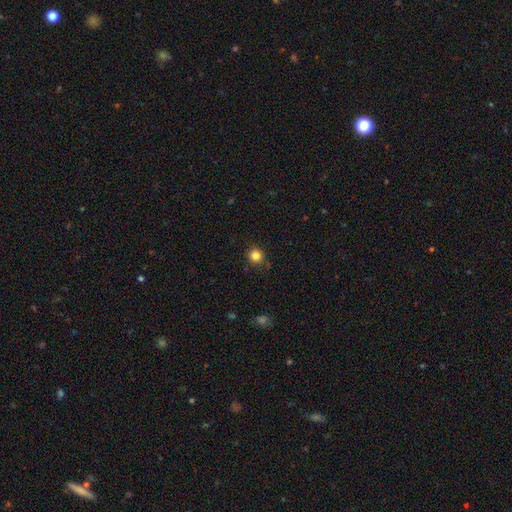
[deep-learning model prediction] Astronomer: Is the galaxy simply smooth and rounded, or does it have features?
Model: smooth — 84%.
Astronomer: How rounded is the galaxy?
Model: round — 93%.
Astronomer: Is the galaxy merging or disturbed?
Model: none — 88%.